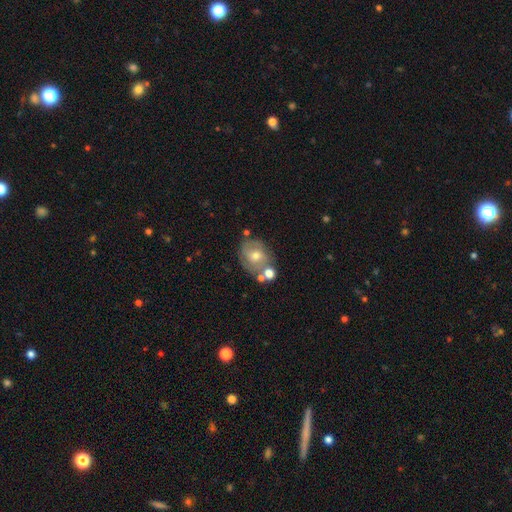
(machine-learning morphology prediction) This is possibly a featured or disk galaxy (46%). Merging: possibly none (56%).